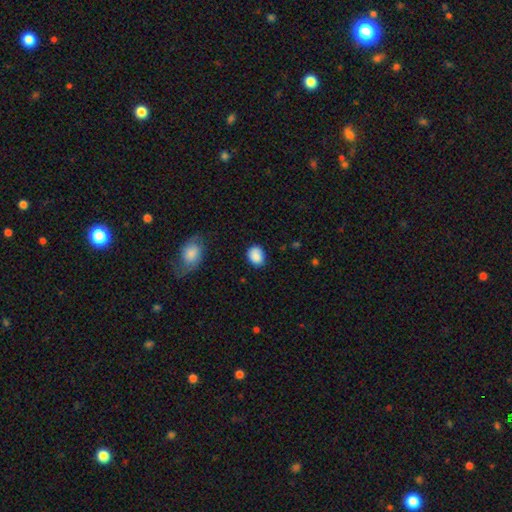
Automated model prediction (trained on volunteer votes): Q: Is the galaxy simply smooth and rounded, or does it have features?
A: smooth — 87%.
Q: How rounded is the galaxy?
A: in between — 52%.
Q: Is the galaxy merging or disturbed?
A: none — 75%.